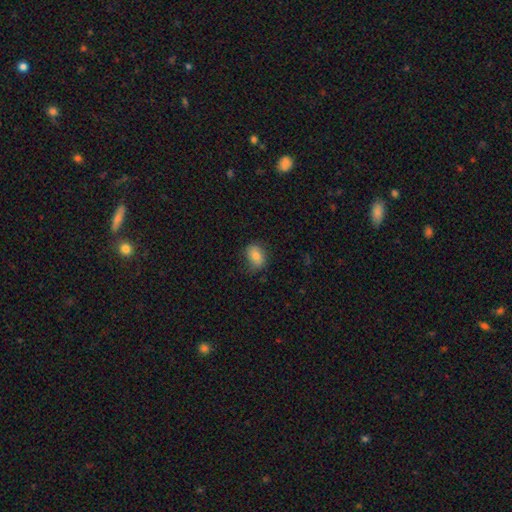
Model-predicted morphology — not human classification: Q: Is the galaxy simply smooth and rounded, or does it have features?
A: smooth — 79%.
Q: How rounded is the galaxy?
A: in between — 74%.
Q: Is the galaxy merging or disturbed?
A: none — 69%.